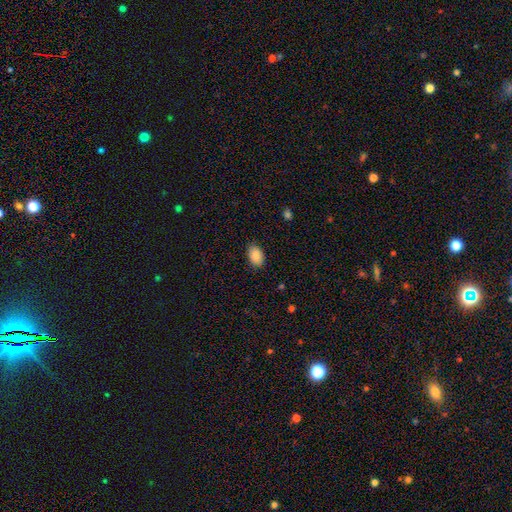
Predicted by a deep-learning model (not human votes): The model was most divided on "merging": none: 85%, minor disturbance: 12%, major disturbance: 2%, merger: 1%. More confident: smooth or featured — smooth (89%); how rounded — in between (88%).